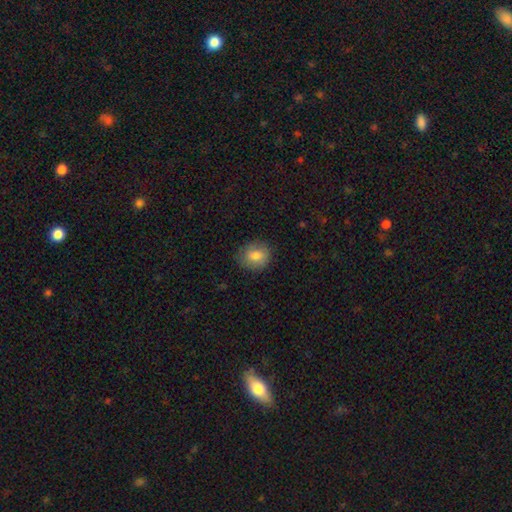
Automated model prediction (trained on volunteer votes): Morphology: type=smooth (79%); roundness=round (67%); merging=none (79%).